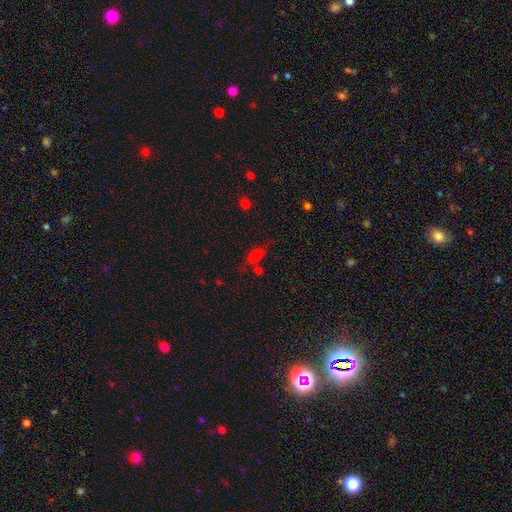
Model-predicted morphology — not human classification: This is likely a star or artifact rather than a galaxy (67%).